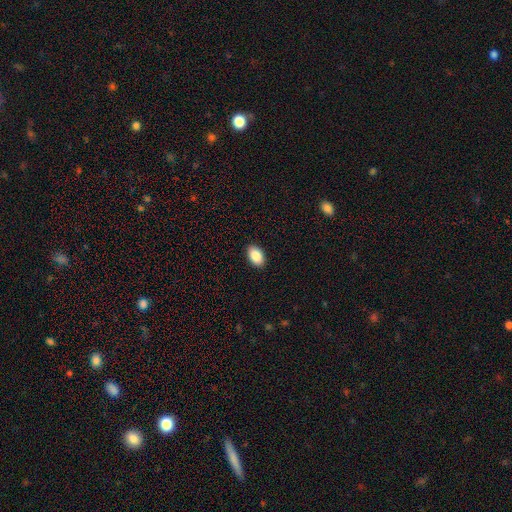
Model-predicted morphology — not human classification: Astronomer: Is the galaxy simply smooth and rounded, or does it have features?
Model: smooth — 89%.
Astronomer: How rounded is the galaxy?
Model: in between — 92%.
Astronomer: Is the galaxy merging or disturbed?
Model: none — 90%.